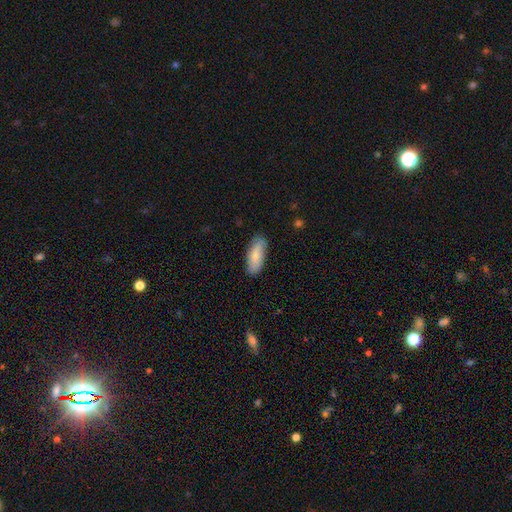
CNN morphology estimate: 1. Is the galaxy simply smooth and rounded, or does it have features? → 82% smooth, 12% featured or disk, 5% star or artifact.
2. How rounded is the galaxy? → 80% in between, 18% cigar-shaped, 2% round.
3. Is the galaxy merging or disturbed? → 82% none, 14% minor disturbance, 3% major disturbance, 1% merger.